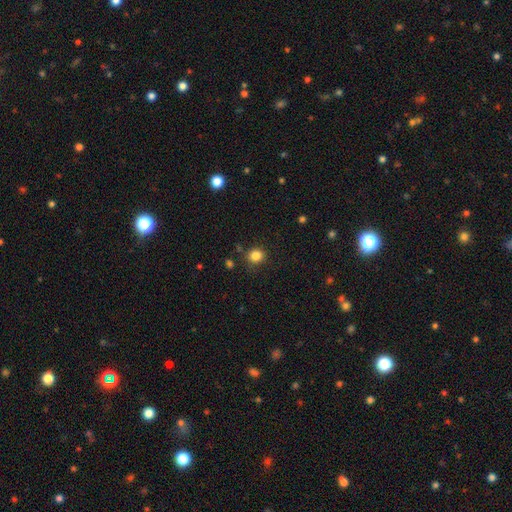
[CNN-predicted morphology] A smooth galaxy with no disk features (83%) that is round (86%).

Vote fractions:
- Smooth or featured? smooth: 83% / star or artifact: 12% / featured or disk: 4%
- How rounded? round: 86% / in between: 13% / cigar-shaped: 1%
- Merging? none: 85% / minor disturbance: 10% / major disturbance: 3% / merger: 3%